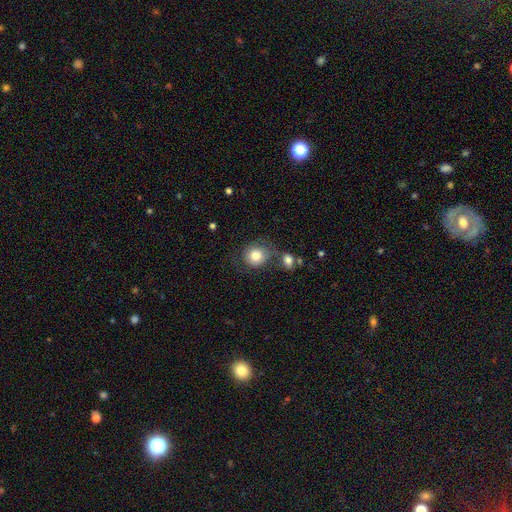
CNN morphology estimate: Q: Smooth or featured?
A: smooth (80%); runner-up: featured or disk (12%)
Q: How rounded?
A: round (79%); runner-up: in between (20%)
Q: Merging?
A: none (54%); runner-up: minor disturbance (19%)